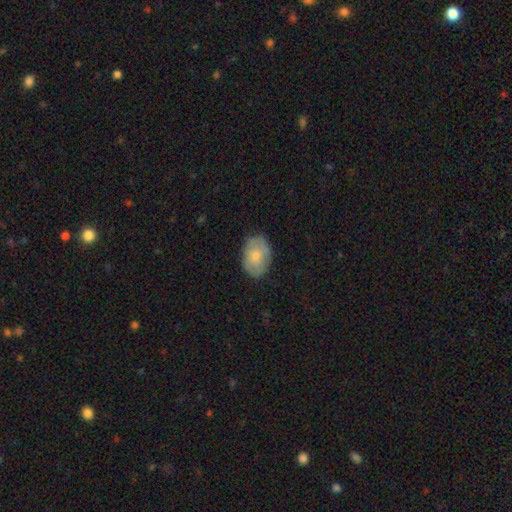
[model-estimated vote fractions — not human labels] Smooth or featured: smooth — 71% (featured or disk — 23%)
How rounded: in between — 79% (round — 20%)
Merging: none — 78% (minor disturbance — 17%)